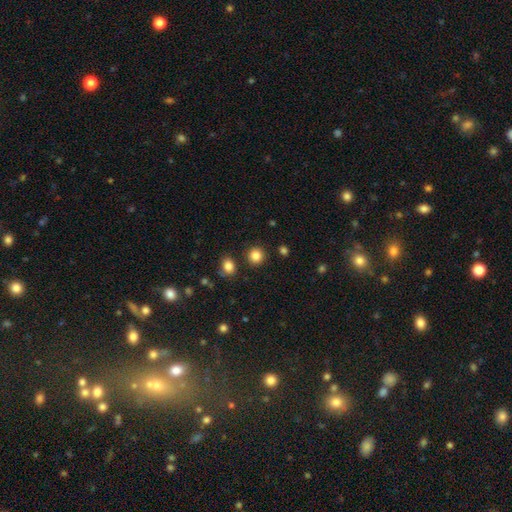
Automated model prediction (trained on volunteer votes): A smooth galaxy with no disk features (85%) that is round (91%).

Vote fractions:
- Smooth or featured? smooth: 85% / star or artifact: 11% / featured or disk: 4%
- How rounded? round: 91% / in between: 9% / cigar-shaped: 1%
- Merging? none: 89% / minor disturbance: 6% / merger: 3% / major disturbance: 2%